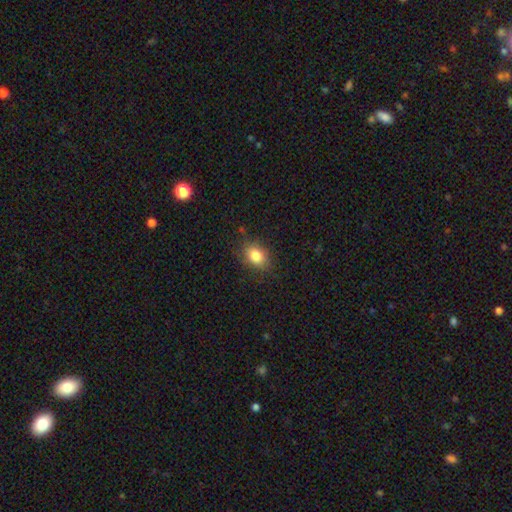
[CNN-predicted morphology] A smooth galaxy with no disk features (82%) that is in between round and cigar-shaped (69%). Merging: none (81%).